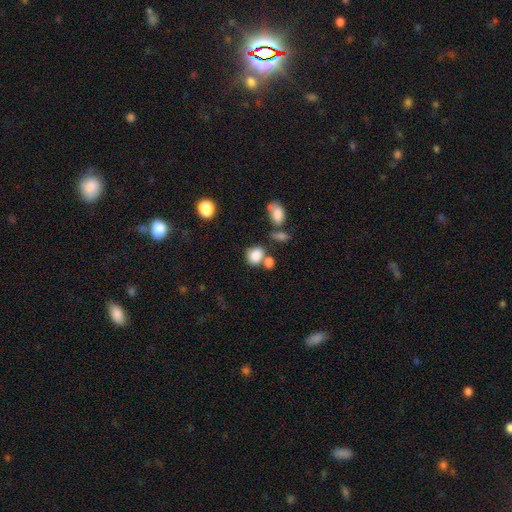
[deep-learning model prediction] Q: Smooth or featured?
A: smooth (83%); runner-up: star or artifact (10%)
Q: How rounded?
A: round (55%); runner-up: in between (44%)
Q: Merging?
A: none (52%); runner-up: merger (26%)